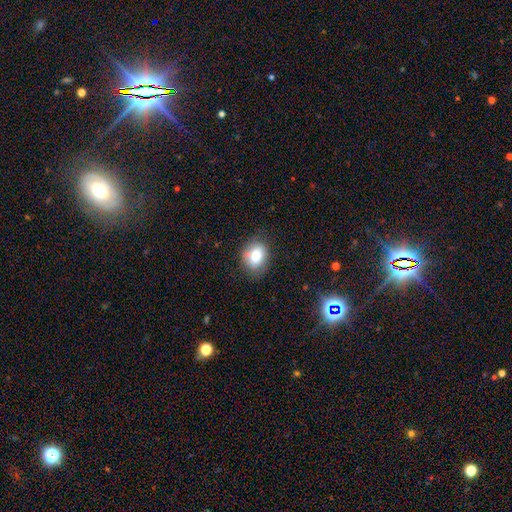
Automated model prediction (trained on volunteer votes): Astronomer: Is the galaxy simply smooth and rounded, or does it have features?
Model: smooth — 81%.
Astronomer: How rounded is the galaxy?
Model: in between — 67%.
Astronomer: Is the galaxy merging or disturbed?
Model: none — 75%.